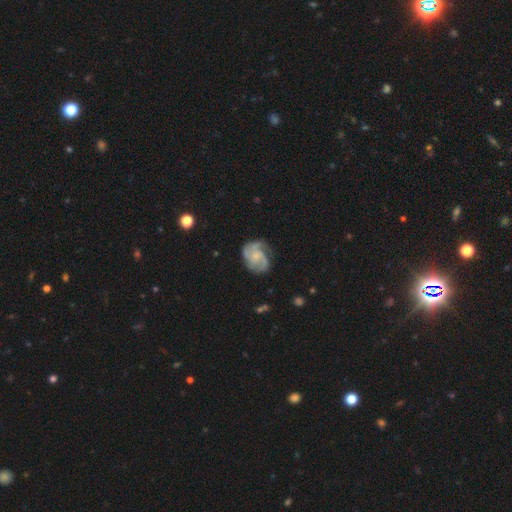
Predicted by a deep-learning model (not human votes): smooth_or_featured: featured or disk (p=0.79) [alt: smooth p=0.15]
disk_edge_on: no (p=0.98) [alt: yes p=0.02]
bar: no (p=0.66) [alt: weak p=0.30]
has_spiral_arms: yes (p=0.95) [alt: no p=0.05]
spiral_winding: medium (p=0.49) [alt: tight p=0.33]
spiral_arm_count: 3 (p=0.39) [alt: 2 p=0.32]
bulge_size: small (p=0.54) [alt: moderate p=0.23]
merging: none (p=0.64) [alt: minor disturbance p=0.22]